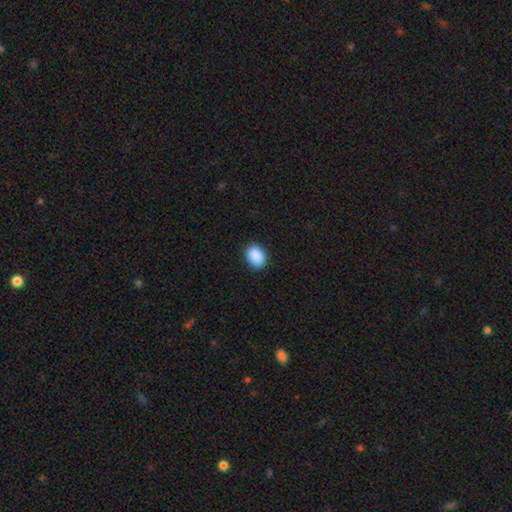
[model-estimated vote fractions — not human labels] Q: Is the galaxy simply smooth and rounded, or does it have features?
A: smooth — 90%.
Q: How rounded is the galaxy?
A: in between — 72%.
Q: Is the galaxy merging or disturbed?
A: none — 89%.